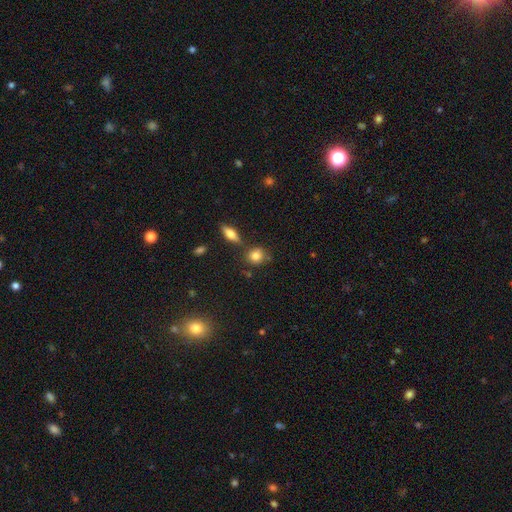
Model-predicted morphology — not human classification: This is likely a smooth galaxy (80%). How rounded: likely round (75%). Merging: likely none (70%).